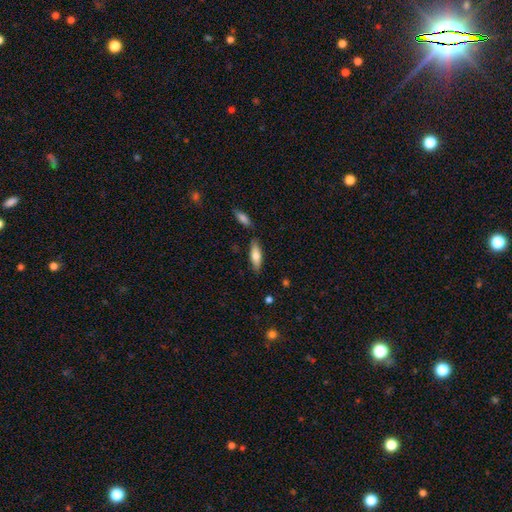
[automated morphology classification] Smooth or featured? smooth (75%)
How rounded? in between (53%)
Merging? none (79%)